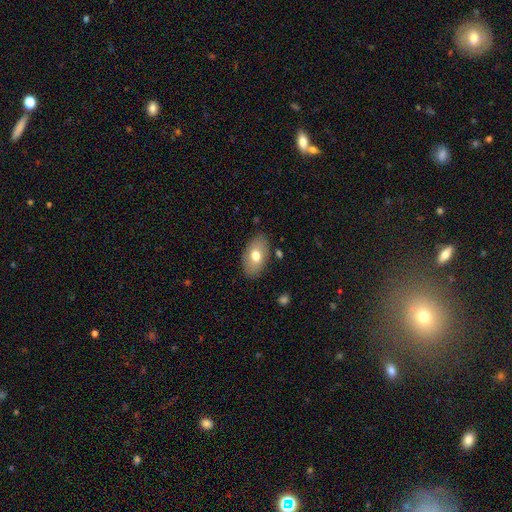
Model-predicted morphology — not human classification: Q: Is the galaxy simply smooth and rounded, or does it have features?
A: smooth — 71%.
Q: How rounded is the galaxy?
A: in between — 92%.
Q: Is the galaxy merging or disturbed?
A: none — 83%.